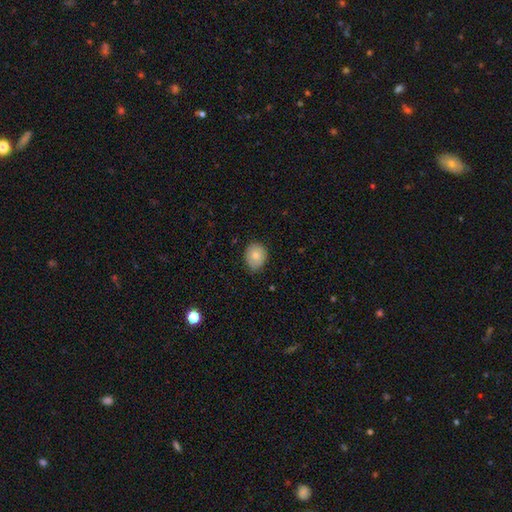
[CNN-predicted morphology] smooth 78%, featured or disk 13%, star or artifact 9%. Down the decision tree: how rounded — round (58%); merging — none (73%).